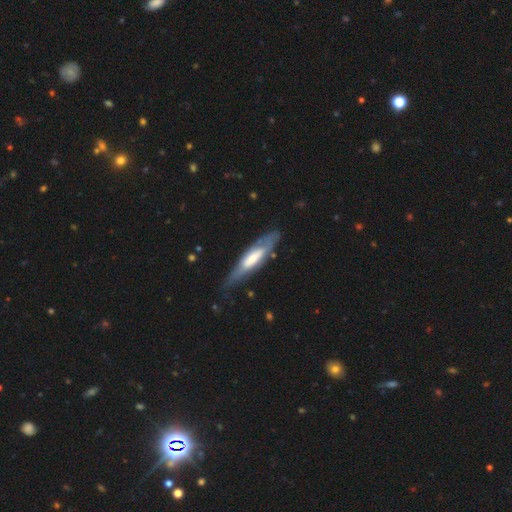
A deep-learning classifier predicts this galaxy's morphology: type=featured or disk (59%); edge-on=yes (63%); merging=none (69%).